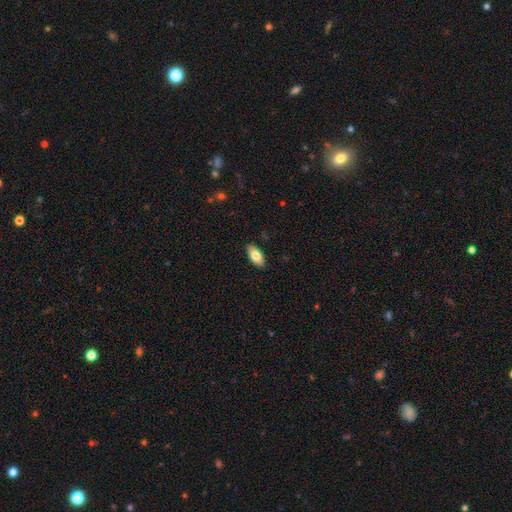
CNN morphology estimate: smooth 79%, featured or disk 15%, star or artifact 6%. Down the decision tree: how rounded — in between (90%); merging — none (89%).